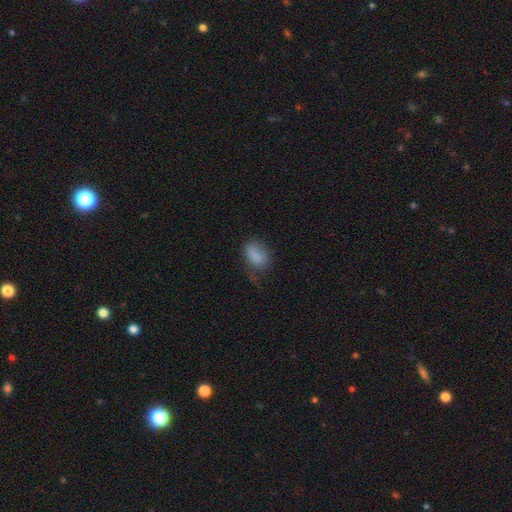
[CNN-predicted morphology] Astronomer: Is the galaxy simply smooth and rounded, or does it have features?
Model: smooth — 79%.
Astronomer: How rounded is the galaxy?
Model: in between — 84%.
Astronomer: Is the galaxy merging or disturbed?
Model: none — 38% (runner-up: minor disturbance, 32%).